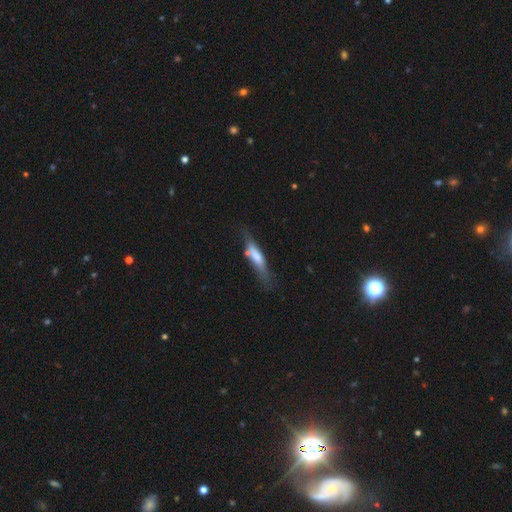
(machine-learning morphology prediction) smooth-or-featured: smooth: 58% | featured or disk: 35% | star or artifact: 7%
  how-rounded: cigar-shaped: 75% | in between: 23% | round: 2%
  merging: none: 58% | minor disturbance: 25% | major disturbance: 10% | merger: 7%